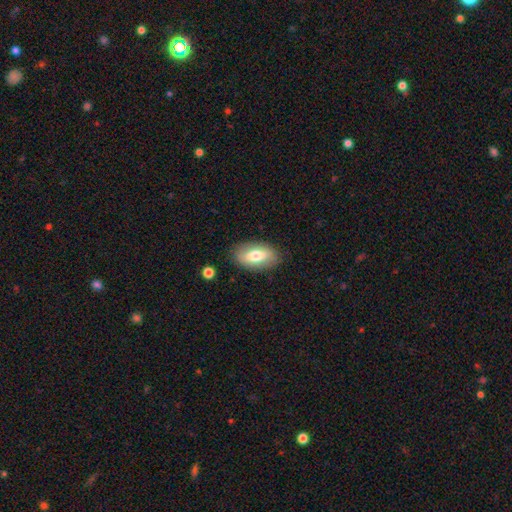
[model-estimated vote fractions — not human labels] smooth 67%, featured or disk 27%, star or artifact 7%. Down the decision tree: how rounded — in between (91%); merging — none (84%).